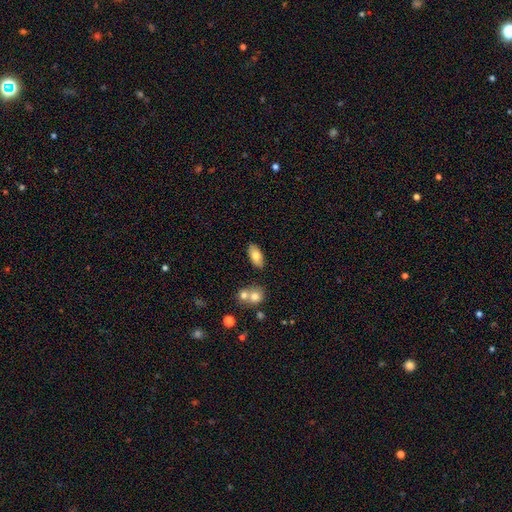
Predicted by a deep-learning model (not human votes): Smooth or featured?
  - smooth: 76% *
  - featured or disk: 17%
  - star or artifact: 7%
How rounded?
  - in between: 91% *
  - cigar-shaped: 6%
  - round: 3%
Merging?
  - none: 80% *
  - minor disturbance: 11%
  - merger: 7%
  - major disturbance: 2%